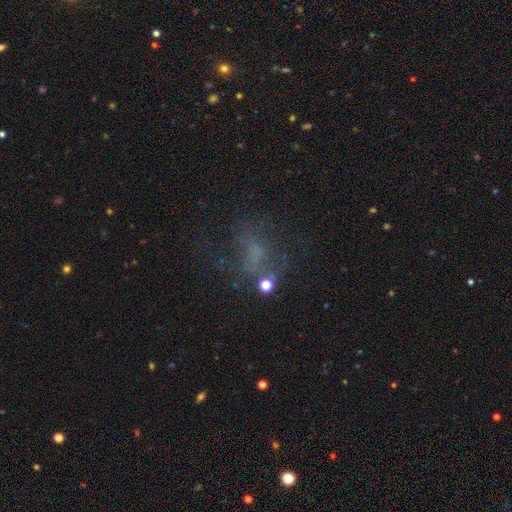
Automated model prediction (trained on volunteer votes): A smooth galaxy with no disk features (37%).

Vote fractions:
- Smooth or featured? smooth: 37% / star or artifact: 32% / featured or disk: 30%
- Merging? none: 48% / major disturbance: 27% / minor disturbance: 19% / merger: 6%